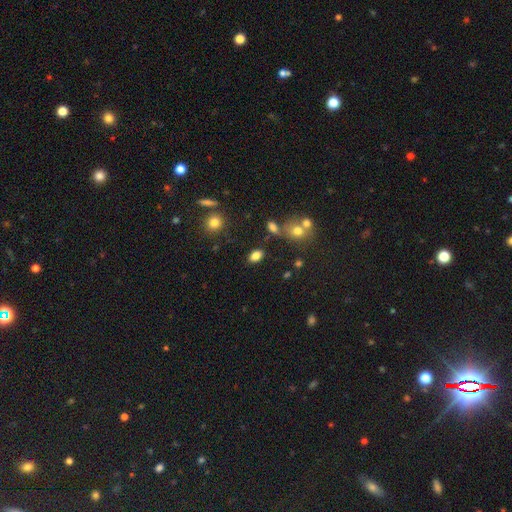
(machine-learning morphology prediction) smooth-or-featured: smooth: 81% | star or artifact: 11% | featured or disk: 8%
  how-rounded: in between: 87% | round: 11% | cigar-shaped: 2%
  merging: none: 79% | minor disturbance: 12% | merger: 6% | major disturbance: 4%